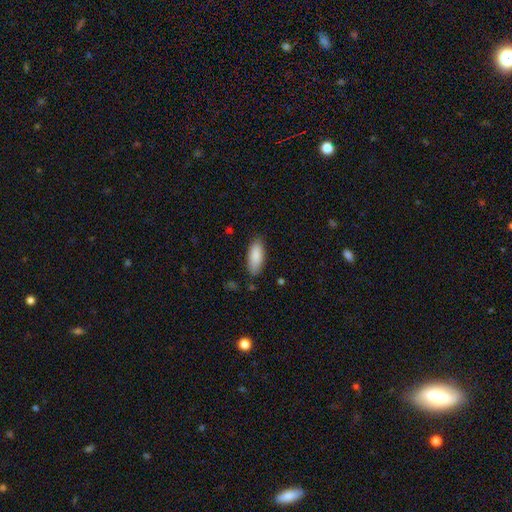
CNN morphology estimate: A smooth galaxy with no disk features (89%) that is in between round and cigar-shaped (81%). Merging: none (83%).